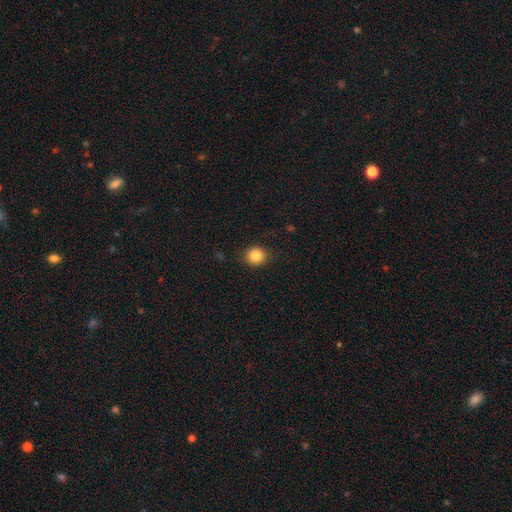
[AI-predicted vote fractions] A smooth galaxy with no disk features (85%) that is round (84%).

Vote fractions:
- Smooth or featured? smooth: 85% / star or artifact: 10% / featured or disk: 5%
- How rounded? round: 84% / in between: 15% / cigar-shaped: 1%
- Merging? none: 89% / minor disturbance: 8% / major disturbance: 2% / merger: 1%